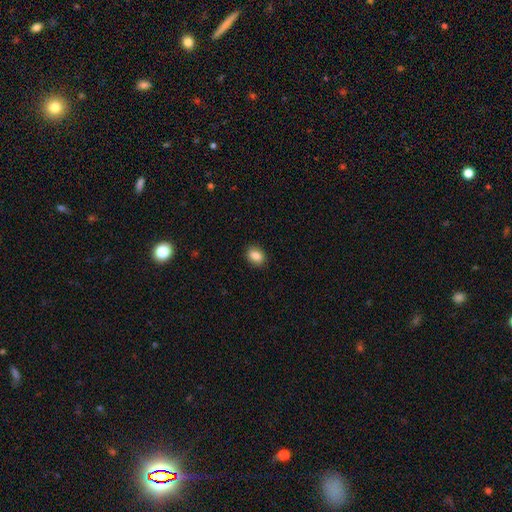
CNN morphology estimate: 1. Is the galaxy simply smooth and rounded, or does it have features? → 87% smooth, 8% star or artifact, 5% featured or disk.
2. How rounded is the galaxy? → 75% in between, 23% round, 1% cigar-shaped.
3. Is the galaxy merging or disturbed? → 89% none, 8% minor disturbance, 2% major disturbance, 1% merger.